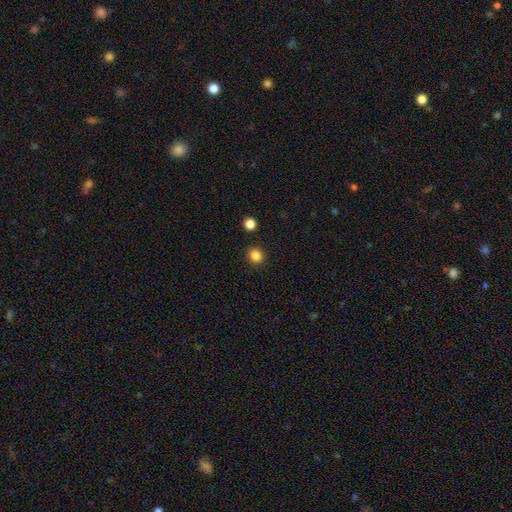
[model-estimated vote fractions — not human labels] Smooth or featured? smooth (84%)
How rounded? round (86%)
Merging? none (90%)